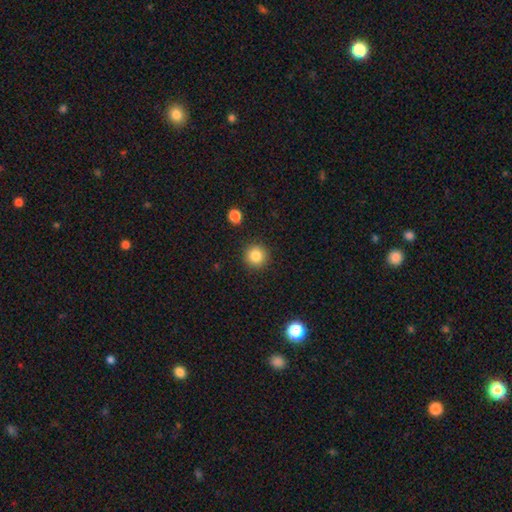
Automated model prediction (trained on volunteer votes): A smooth galaxy with no disk features (84%) that is round (95%).

Vote fractions:
- Smooth or featured? smooth: 84% / star or artifact: 10% / featured or disk: 6%
- How rounded? round: 95% / in between: 4% / cigar-shaped: 1%
- Merging? none: 91% / minor disturbance: 5% / major disturbance: 2% / merger: 2%